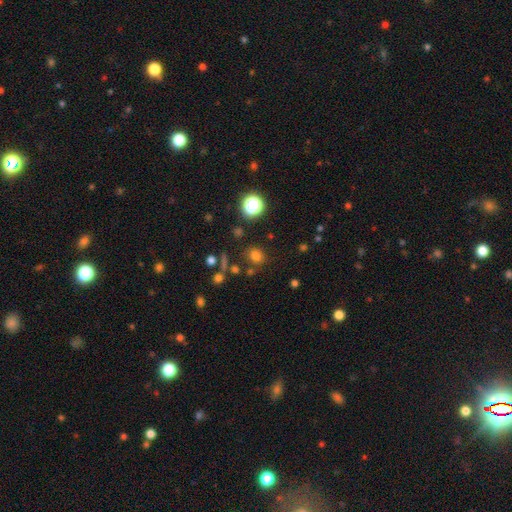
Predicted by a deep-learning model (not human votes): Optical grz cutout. It shows a smooth galaxy with no disk features (73%) that is round (70%). Merging: none (81%).